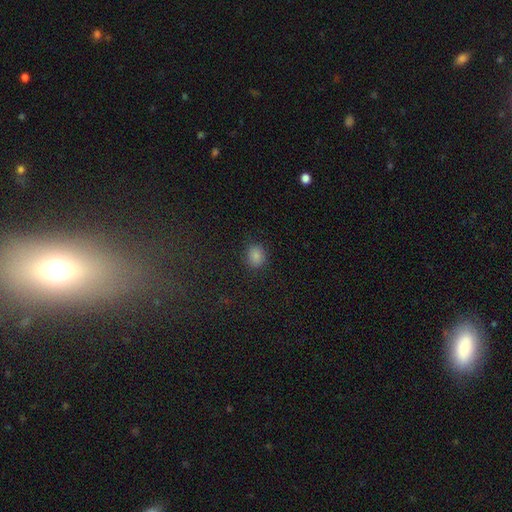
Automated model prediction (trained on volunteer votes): This appears to be a smooth galaxy with no disk features (82%) that is round (71%). Merging: none (84%).